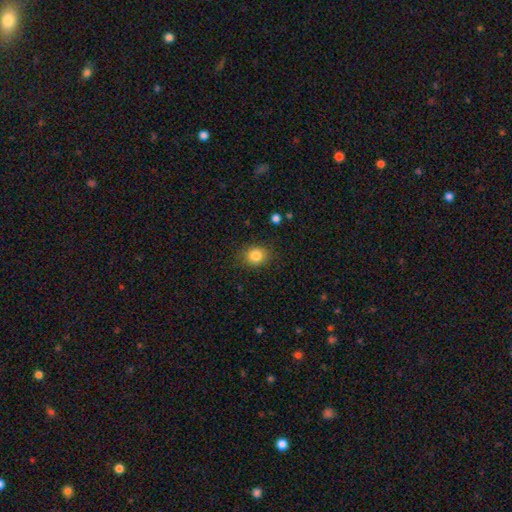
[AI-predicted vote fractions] Smooth or featured? Predicted: smooth (p=0.84). How rounded? Predicted: round (p=0.65). Merging? Predicted: none (p=0.85).